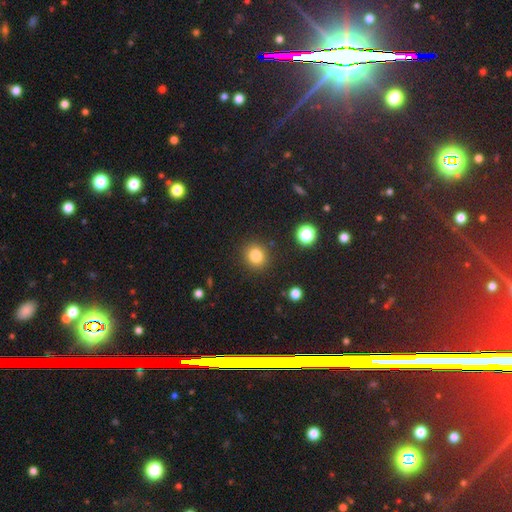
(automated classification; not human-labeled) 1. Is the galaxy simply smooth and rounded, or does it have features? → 82% smooth, 12% star or artifact, 6% featured or disk.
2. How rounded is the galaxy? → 84% round, 15% in between, 1% cigar-shaped.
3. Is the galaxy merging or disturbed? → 88% none, 7% minor disturbance, 3% major disturbance, 2% merger.